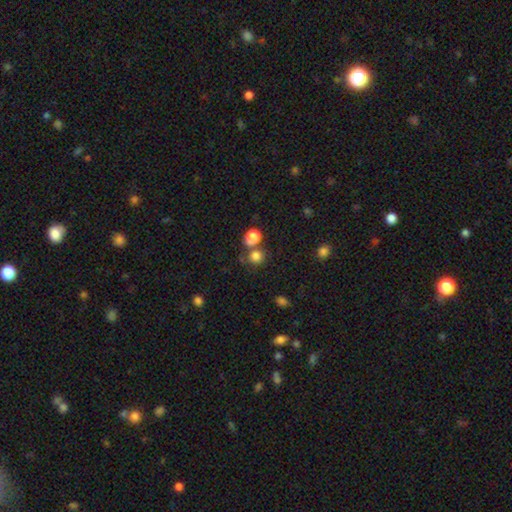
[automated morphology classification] A smooth galaxy with no disk features (80%) that is round (81%). Merging: none (57%).